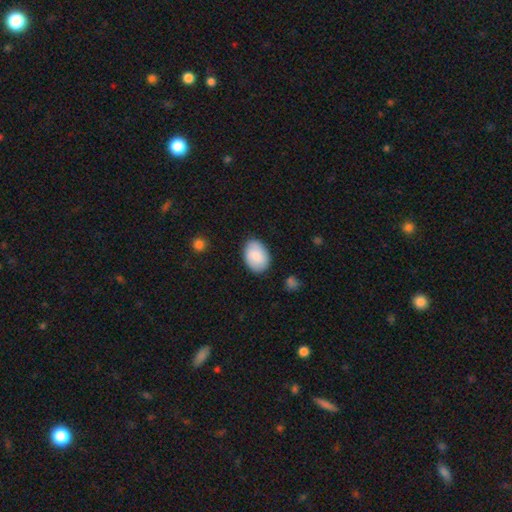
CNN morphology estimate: Smooth or featured? smooth (82%)
How rounded? in between (82%)
Merging? none (82%)